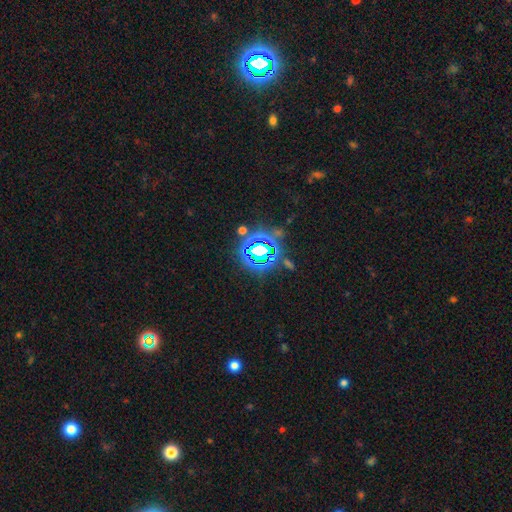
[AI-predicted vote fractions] Smooth or featured?
  - star or artifact: 73% *
  - smooth: 17%
  - featured or disk: 10%